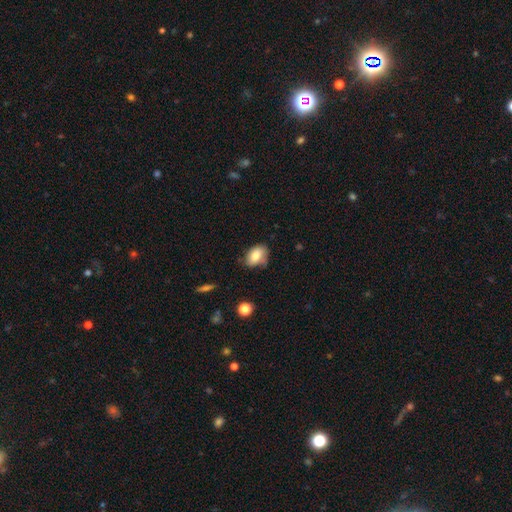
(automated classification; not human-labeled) Q: Smooth or featured?
A: smooth (78%); runner-up: featured or disk (14%)
Q: How rounded?
A: in between (87%); runner-up: round (11%)
Q: Merging?
A: none (56%); runner-up: minor disturbance (31%)